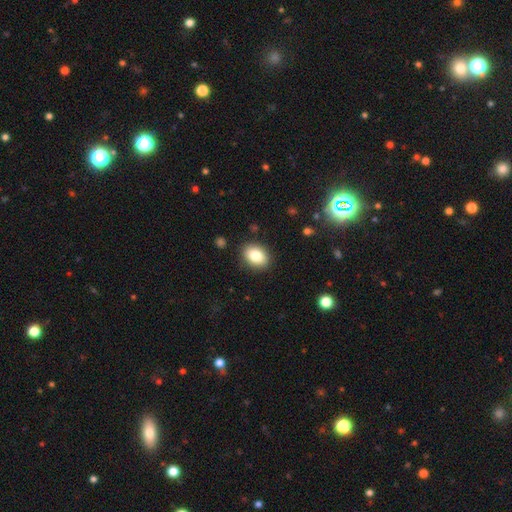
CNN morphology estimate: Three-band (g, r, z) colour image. It shows a smooth galaxy with no disk features (84%) that is in between round and cigar-shaped (76%). Merging: none (88%).